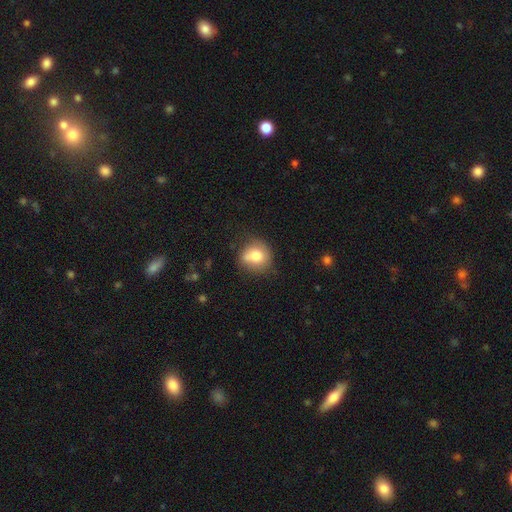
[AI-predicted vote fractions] Morphology: type=smooth (76%); roundness=round (81%); merging=none (60%).